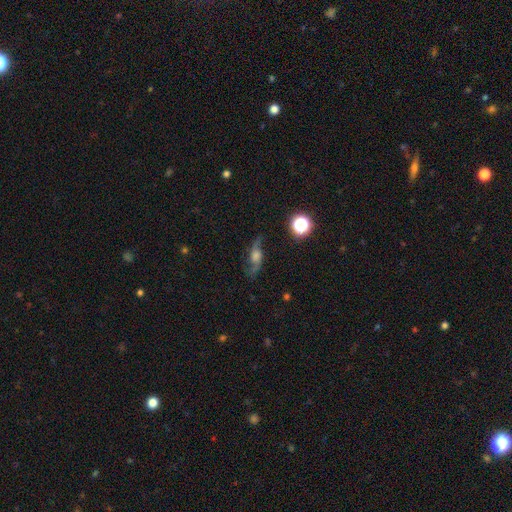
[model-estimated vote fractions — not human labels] Smooth or featured? featured or disk (72%)
Edge-on disk? no (85%)
Bar? no (61%)
Spiral arms? yes (94%)
Spiral winding? loose (81%)
Spiral arm count? 2 (91%)
Bulge size? moderate (30%)
Merging? none (72%)